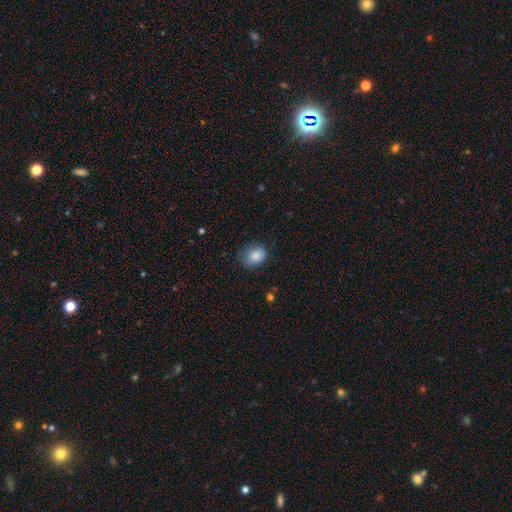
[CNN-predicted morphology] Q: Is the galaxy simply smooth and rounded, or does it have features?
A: smooth — 83%.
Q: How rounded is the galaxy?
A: in between — 56%.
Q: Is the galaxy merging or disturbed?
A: none — 62%.